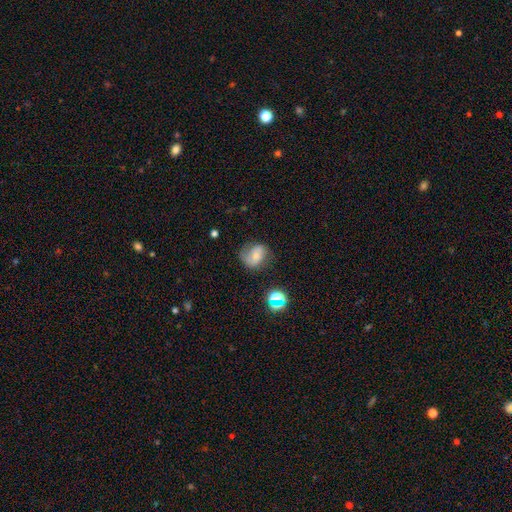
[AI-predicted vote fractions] This is possibly a featured or disk galaxy (48%). Merging: likely none (62%).